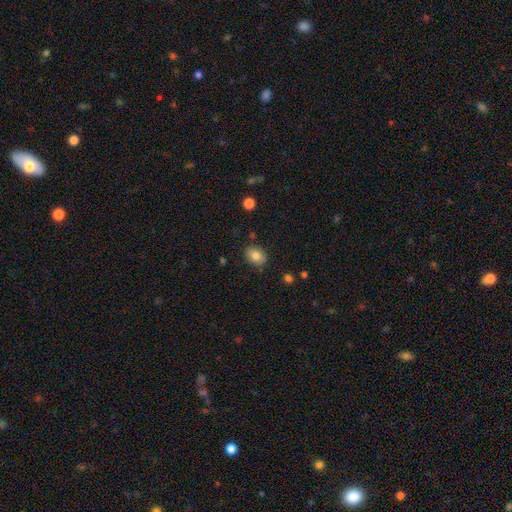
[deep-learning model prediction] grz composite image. It shows a smooth galaxy with no disk features (81%) that is in between round and cigar-shaped (62%). Merging: none (84%).